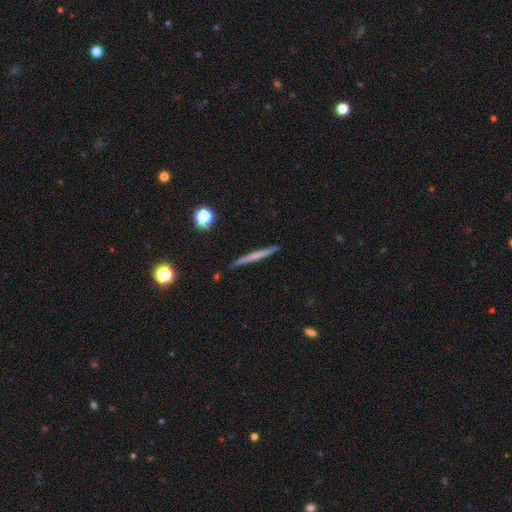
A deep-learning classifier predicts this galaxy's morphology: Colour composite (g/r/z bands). It shows a smooth galaxy with no disk features (48%). Merging: none (88%).